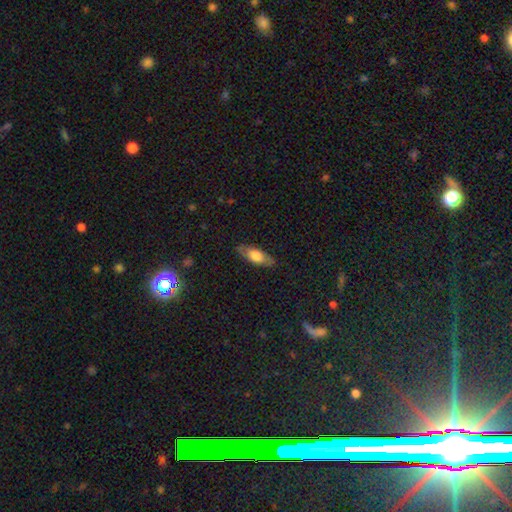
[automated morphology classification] smooth_or_featured: smooth (p=0.61) [alt: featured or disk p=0.32]
how_rounded: in between (p=0.74) [alt: cigar-shaped p=0.23]
merging: none (p=0.82) [alt: minor disturbance p=0.13]